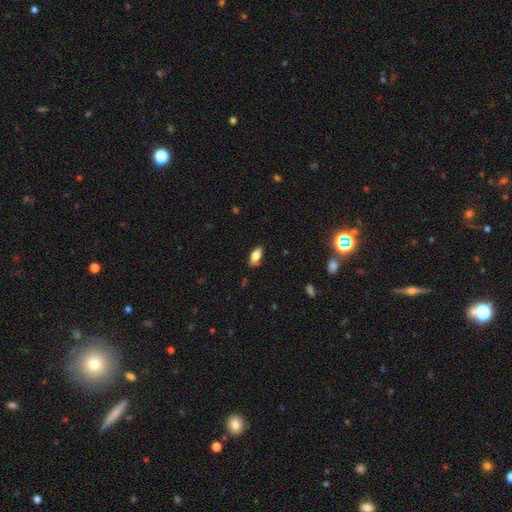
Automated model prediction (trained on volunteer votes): Overall: smooth (71%). How rounded: in between (82%). Merging: none (82%).